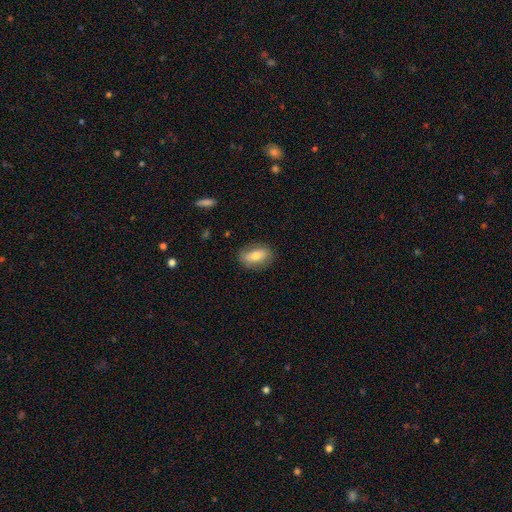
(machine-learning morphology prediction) A smooth galaxy with no disk features (69%) that is in between round and cigar-shaped (84%).

Vote fractions:
- Smooth or featured? smooth: 69% / featured or disk: 24% / star or artifact: 7%
- How rounded? in between: 84% / round: 10% / cigar-shaped: 6%
- Merging? none: 81% / minor disturbance: 14% / major disturbance: 4% / merger: 1%